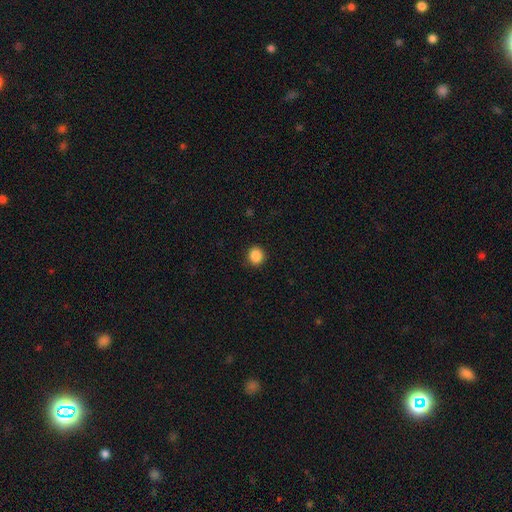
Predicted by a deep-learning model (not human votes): Smooth or featured? Predicted: smooth (p=0.87). How rounded? Predicted: round (p=0.87). Merging? Predicted: none (p=0.91).